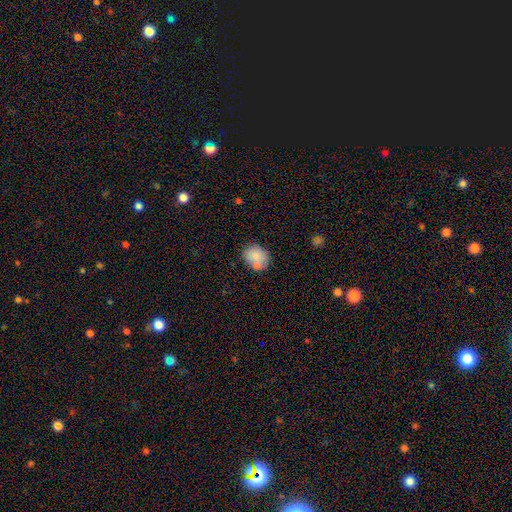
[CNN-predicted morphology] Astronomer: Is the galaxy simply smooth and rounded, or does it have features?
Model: smooth — 80%.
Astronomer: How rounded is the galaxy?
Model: round — 57% (runner-up: in between, 42%).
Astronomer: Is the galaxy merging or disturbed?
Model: none — 57%.